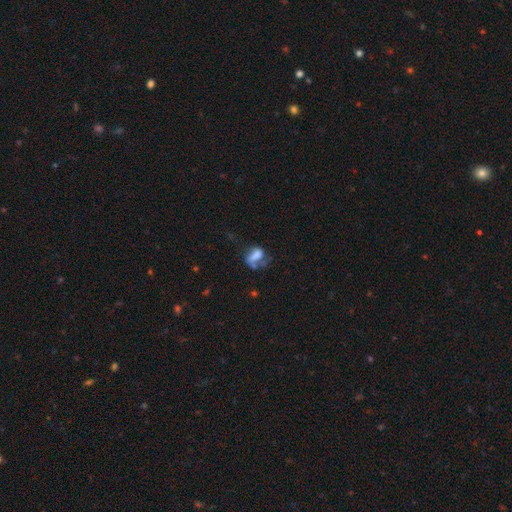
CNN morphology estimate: This appears to be a smooth galaxy with no disk features (51%) that is in between round and cigar-shaped (77%). Merging: major disturbance (38%).